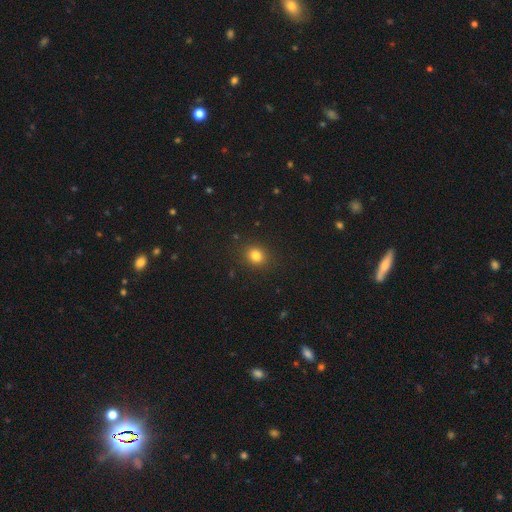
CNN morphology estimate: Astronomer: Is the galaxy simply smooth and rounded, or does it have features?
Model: smooth — 82%.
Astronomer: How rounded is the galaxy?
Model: round — 67%.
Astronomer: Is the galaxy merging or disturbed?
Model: none — 88%.